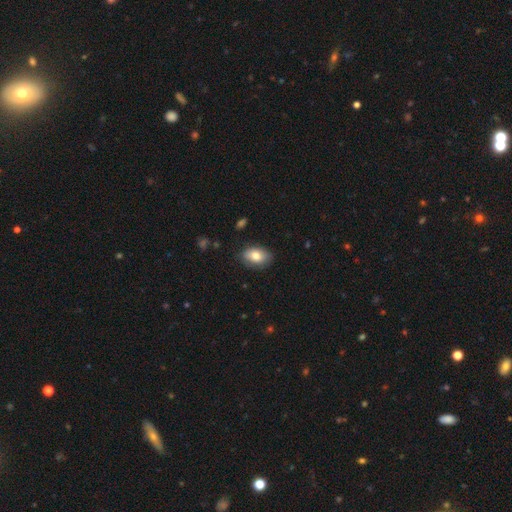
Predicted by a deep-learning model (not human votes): smooth 79%, featured or disk 14%, star or artifact 7%. Down the decision tree: how rounded — in between (89%); merging — none (82%).